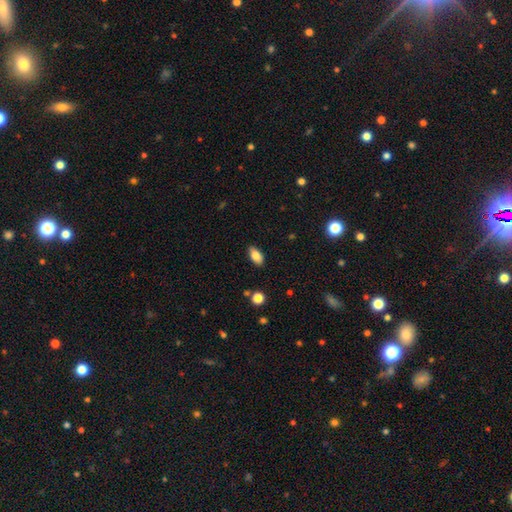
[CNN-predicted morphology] smooth_or_featured: smooth (p=0.83) [alt: featured or disk p=0.09]
how_rounded: in between (p=0.90) [alt: cigar-shaped p=0.05]
merging: none (p=0.87) [alt: minor disturbance p=0.10]